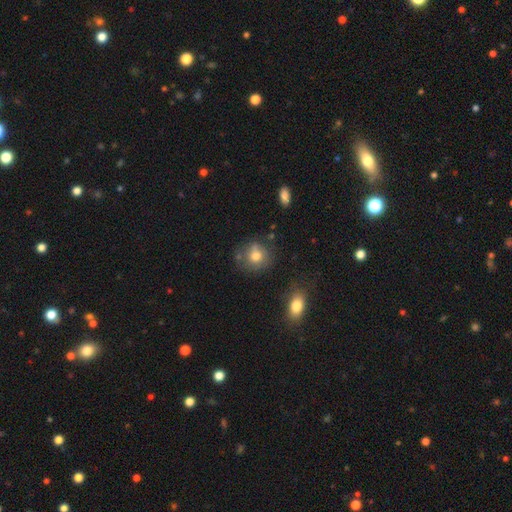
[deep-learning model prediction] smooth-or-featured: smooth: 72% | featured or disk: 18% | star or artifact: 10%
  how-rounded: round: 80% | in between: 19% | cigar-shaped: 1%
  merging: none: 64% | minor disturbance: 22% | major disturbance: 8% | merger: 7%